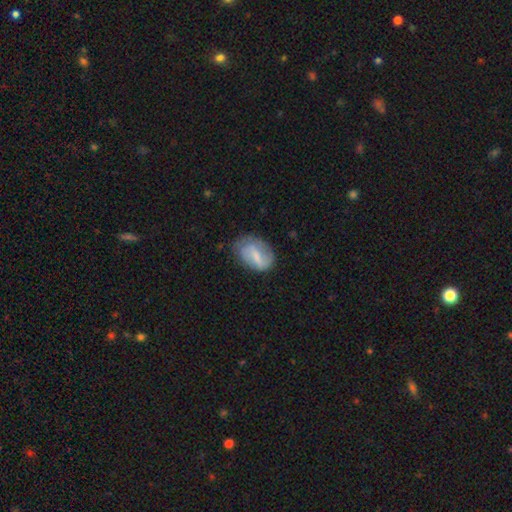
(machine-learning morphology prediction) This appears to be a featured or disk galaxy (50%). Merging: none (59%).